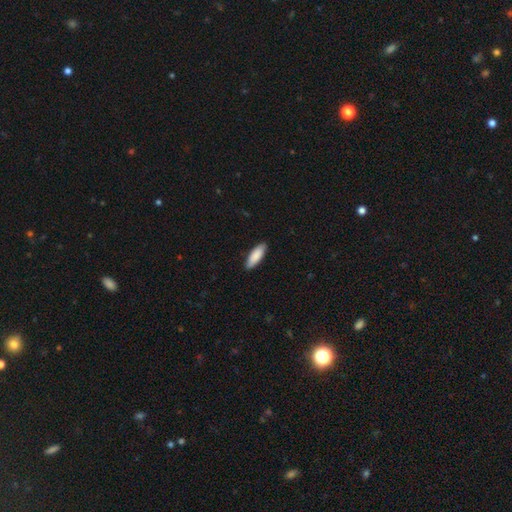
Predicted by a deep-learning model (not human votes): smooth-or-featured: smooth: 88% | featured or disk: 7% | star or artifact: 5%
  how-rounded: in between: 64% | cigar-shaped: 35% | round: 1%
  merging: none: 88% | minor disturbance: 10% | major disturbance: 2% | merger: 1%